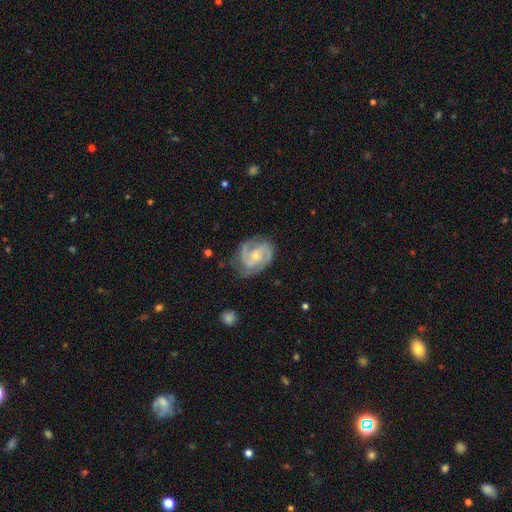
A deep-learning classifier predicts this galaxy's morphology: Q: Smooth or featured?
A: featured or disk (88%); runner-up: smooth (7%)
Q: Edge-on disk?
A: no (98%); runner-up: yes (2%)
Q: Bar?
A: no (51%); runner-up: weak (38%)
Q: Spiral arms?
A: yes (97%); runner-up: no (3%)
Q: Spiral winding?
A: medium (50%); runner-up: tight (39%)
Q: Spiral arm count?
A: 2 (72%); runner-up: 3 (16%)
Q: Bulge size?
A: small (55%); runner-up: moderate (41%)
Q: Merging?
A: none (71%); runner-up: minor disturbance (20%)